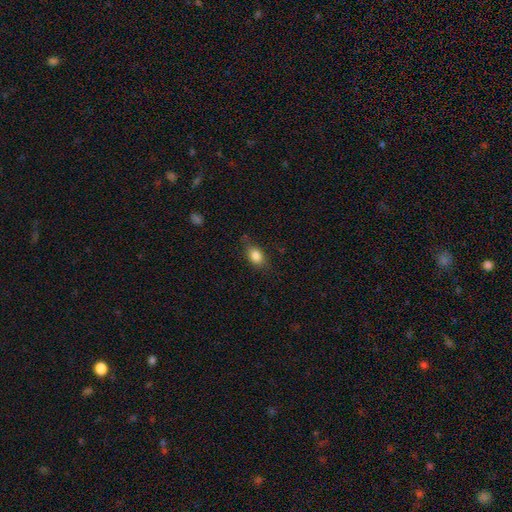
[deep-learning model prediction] Q: Smooth or featured?
A: smooth (84%); runner-up: star or artifact (9%)
Q: How rounded?
A: in between (76%); runner-up: round (20%)
Q: Merging?
A: none (74%); runner-up: minor disturbance (19%)